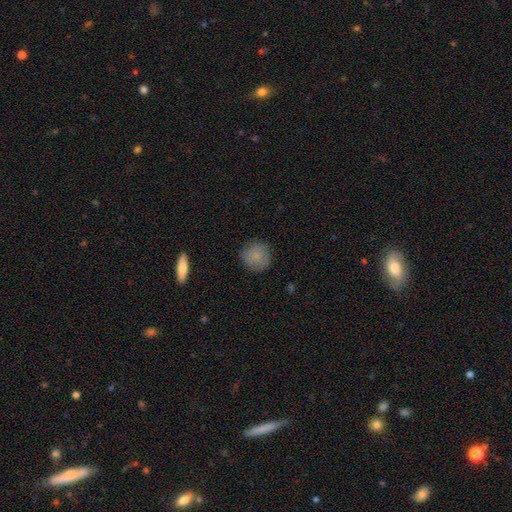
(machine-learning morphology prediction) Smooth or featured? smooth (83%)
How rounded? round (91%)
Merging? none (83%)